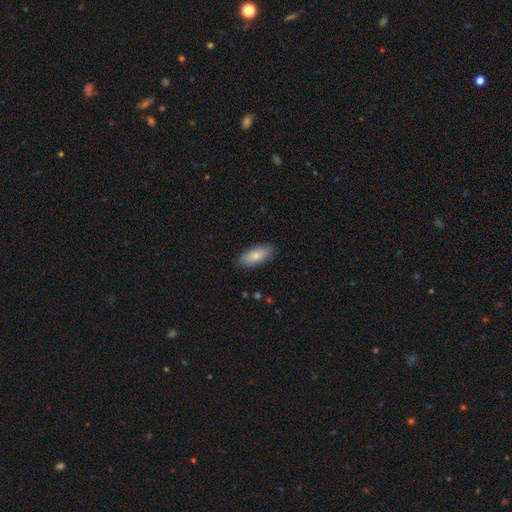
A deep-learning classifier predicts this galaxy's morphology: A smooth galaxy with no disk features (79%) that is in between round and cigar-shaped (85%).

Vote fractions:
- Smooth or featured? smooth: 79% / featured or disk: 15% / star or artifact: 6%
- How rounded? in between: 85% / cigar-shaped: 13% / round: 2%
- Merging? none: 85% / minor disturbance: 12% / major disturbance: 2% / merger: 1%